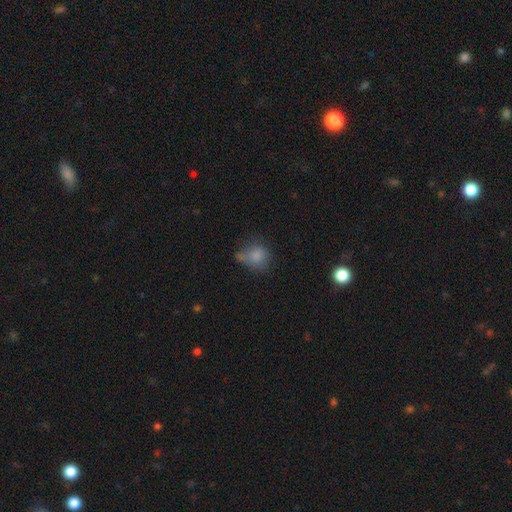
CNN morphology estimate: Smooth or featured? smooth (79%)
How rounded? round (69%)
Merging? none (43%)